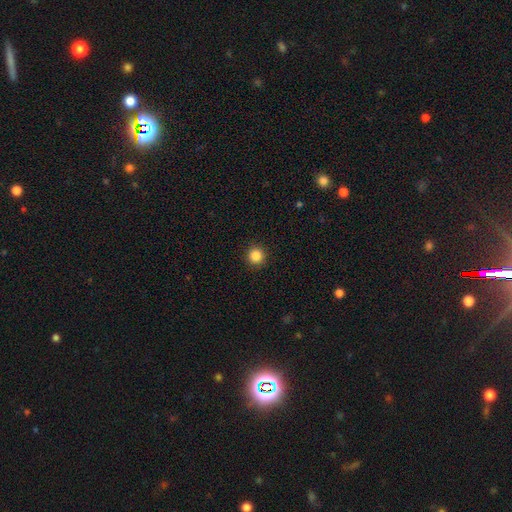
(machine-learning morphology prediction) The model was most divided on "smooth or featured": smooth: 86%, star or artifact: 11%, featured or disk: 3%. More confident: how rounded — round (95%); merging — none (93%).